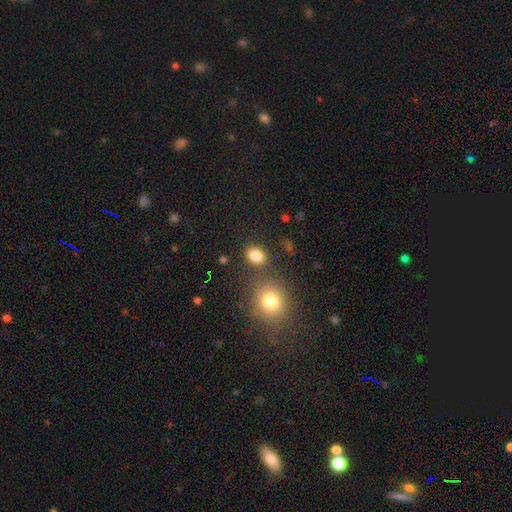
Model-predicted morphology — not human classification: This appears to be a smooth galaxy with no disk features (83%) that is in between round and cigar-shaped (62%). Merging: none (77%).